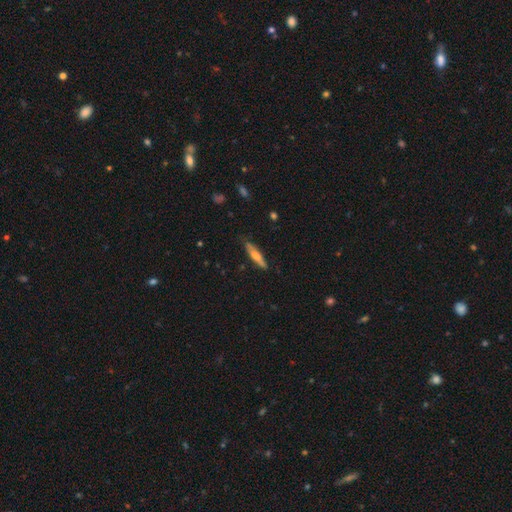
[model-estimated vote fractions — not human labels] Smooth or featured? Predicted: smooth (p=0.51). How rounded? Predicted: cigar-shaped (p=0.82). Merging? Predicted: none (p=0.78).